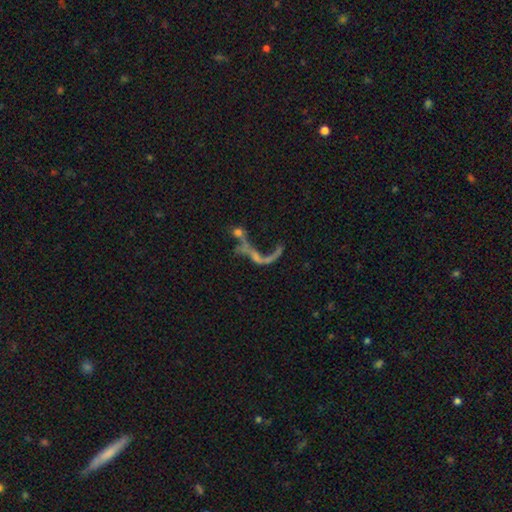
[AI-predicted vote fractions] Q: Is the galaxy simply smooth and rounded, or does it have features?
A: featured or disk — 59%.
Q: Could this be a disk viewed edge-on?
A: no — 89%.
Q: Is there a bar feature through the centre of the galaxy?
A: no — 75%.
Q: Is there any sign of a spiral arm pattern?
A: no — 59%.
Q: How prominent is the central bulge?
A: none — 54%.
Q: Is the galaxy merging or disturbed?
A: merger — 36%.